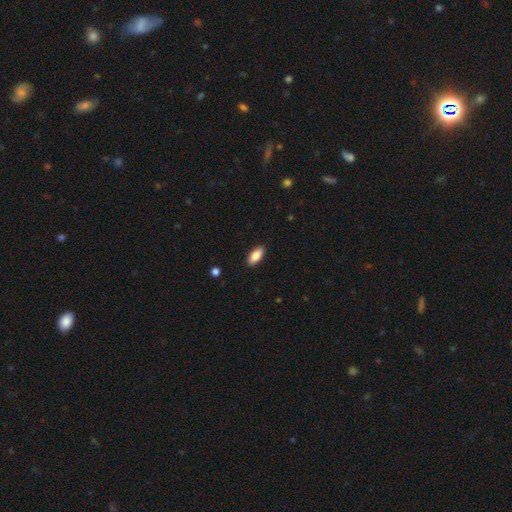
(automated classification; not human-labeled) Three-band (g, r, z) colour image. It shows a smooth galaxy with no disk features (84%) that is in between round and cigar-shaped (87%). Merging: none (90%).